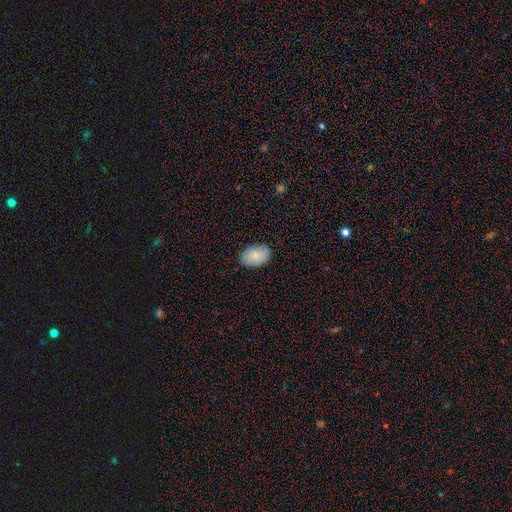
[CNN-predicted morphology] smooth-or-featured: smooth: 84% | featured or disk: 10% | star or artifact: 6%
  how-rounded: in between: 86% | round: 13% | cigar-shaped: 1%
  merging: none: 85% | minor disturbance: 12% | major disturbance: 2% | merger: 1%